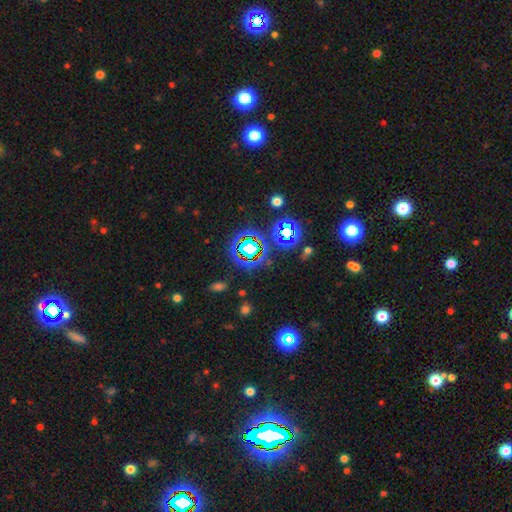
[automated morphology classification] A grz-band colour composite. It shows a star or artifact, not a galaxy (77%).